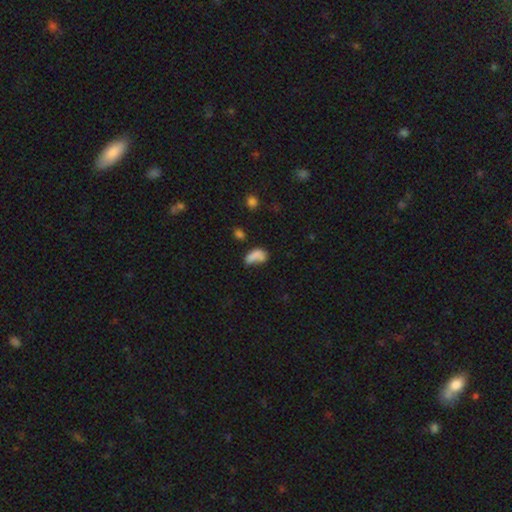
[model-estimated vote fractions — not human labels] A smooth galaxy with no disk features (76%) that is in between round and cigar-shaped (87%).

Vote fractions:
- Smooth or featured? smooth: 76% / featured or disk: 13% / star or artifact: 11%
- How rounded? in between: 87% / round: 7% / cigar-shaped: 6%
- Merging? none: 33% / minor disturbance: 26% / major disturbance: 23% / merger: 18%